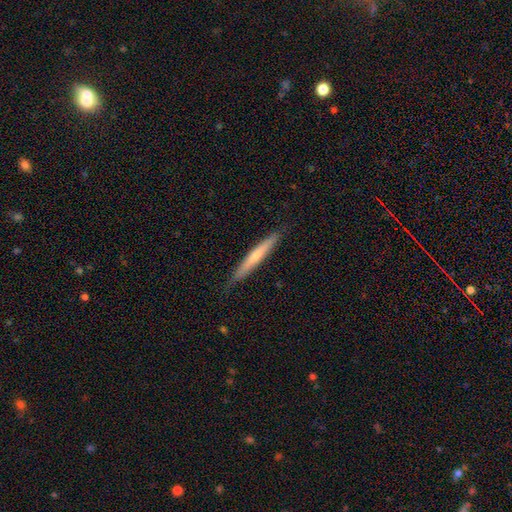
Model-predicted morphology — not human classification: A smooth galaxy with no disk features (52%) that is cigar-shaped (96%).

Vote fractions:
- Smooth or featured? smooth: 52% / featured or disk: 43% / star or artifact: 6%
- How rounded? cigar-shaped: 96% / in between: 3% / round: 1%
- Merging? none: 86% / minor disturbance: 11% / major disturbance: 2% / merger: 1%